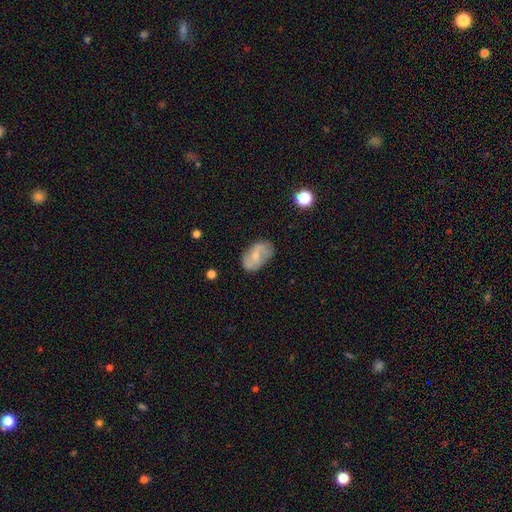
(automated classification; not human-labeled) smooth-or-featured: featured or disk: 50% | smooth: 42% | star or artifact: 8%
  merging: none: 72% | minor disturbance: 20% | major disturbance: 6% | merger: 2%